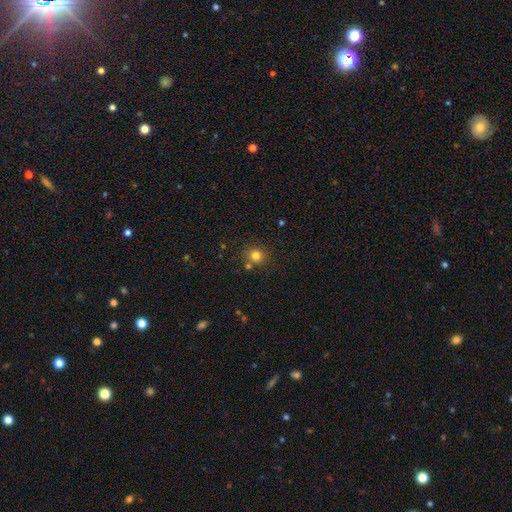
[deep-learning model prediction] smooth-or-featured: smooth: 79% | star or artifact: 14% | featured or disk: 6%
  how-rounded: round: 87% | in between: 12% | cigar-shaped: 1%
  merging: none: 77% | merger: 11% | minor disturbance: 9% | major disturbance: 3%